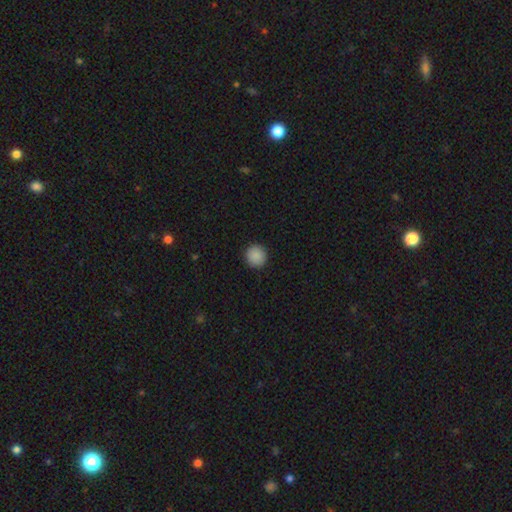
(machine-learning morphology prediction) Smooth or featured? smooth (89%)
How rounded? round (94%)
Merging? none (93%)